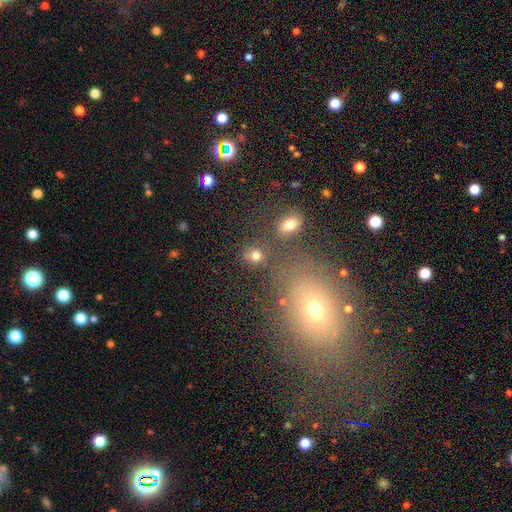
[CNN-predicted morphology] This appears to be a smooth galaxy with no disk features (78%) that is round (78%). Merging: none (78%).